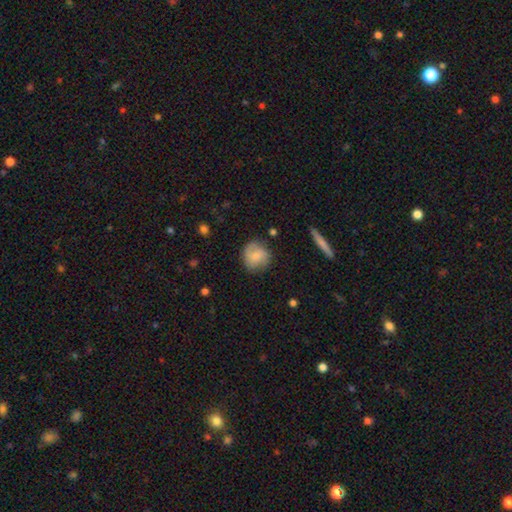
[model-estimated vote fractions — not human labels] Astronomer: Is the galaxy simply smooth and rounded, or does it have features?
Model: smooth — 58% (runner-up: featured or disk, 35%).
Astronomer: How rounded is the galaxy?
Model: round — 86%.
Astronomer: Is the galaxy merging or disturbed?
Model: none — 71%.